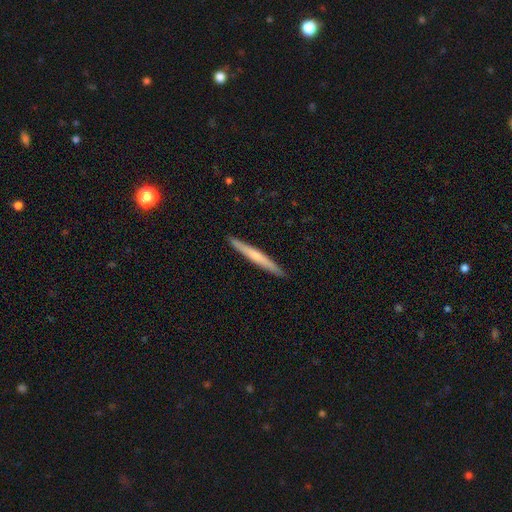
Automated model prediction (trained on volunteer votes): A smooth galaxy with no disk features (51%) that is cigar-shaped (97%). Merging: none (92%).